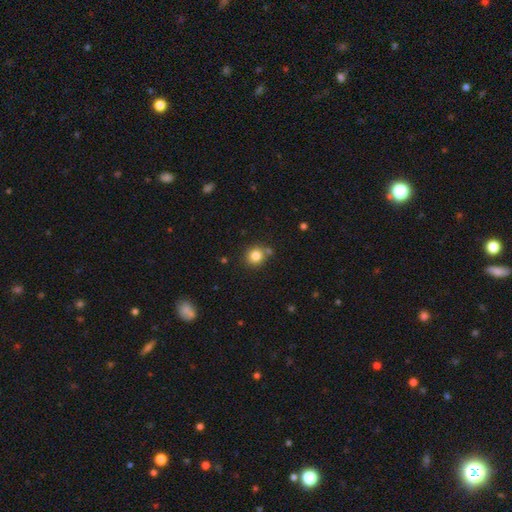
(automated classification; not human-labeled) Smooth or featured? smooth (82%)
How rounded? round (86%)
Merging? none (77%)